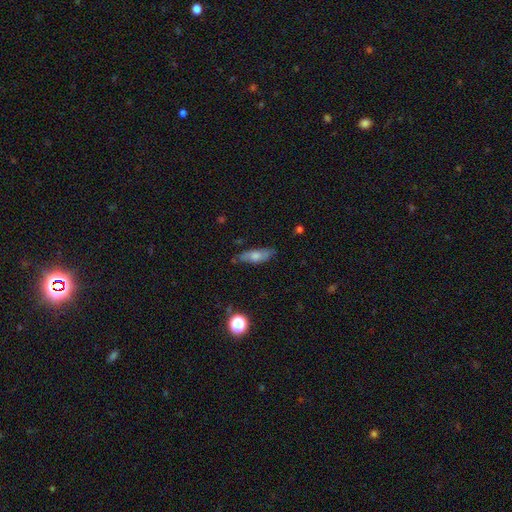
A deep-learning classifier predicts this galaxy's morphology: type=smooth (62%); roundness=in between (61%); merging=none (72%).